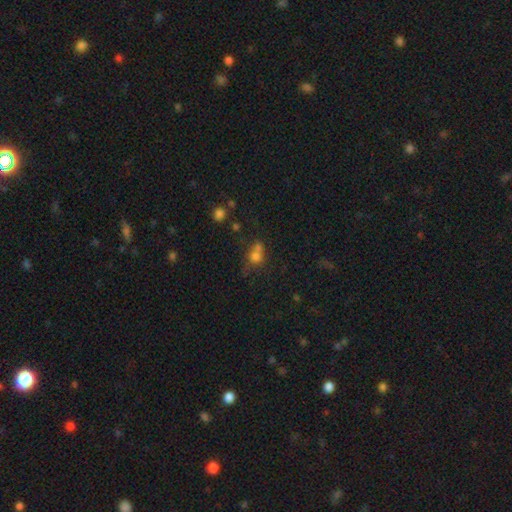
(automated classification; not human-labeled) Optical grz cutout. It shows a smooth galaxy with no disk features (71%) that is round (76%). Merging: merger (44%).